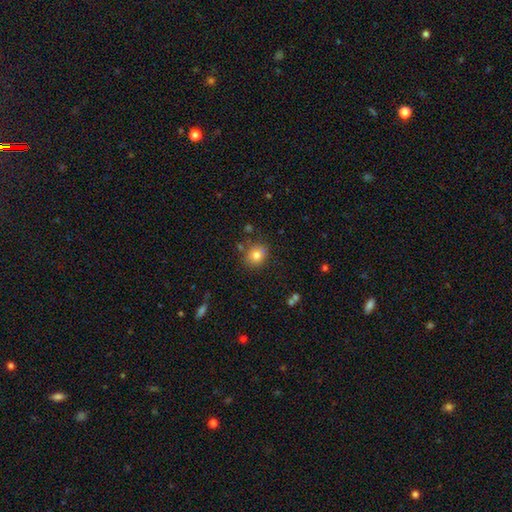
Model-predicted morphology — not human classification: Q: Smooth or featured?
A: smooth (80%); runner-up: star or artifact (11%)
Q: How rounded?
A: round (68%); runner-up: in between (31%)
Q: Merging?
A: none (80%); runner-up: minor disturbance (13%)